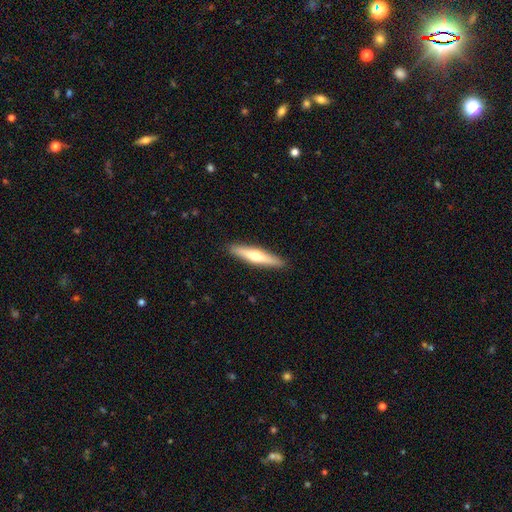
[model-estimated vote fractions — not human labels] Smooth or featured?
  - featured or disk: 50% *
  - smooth: 45%
  - star or artifact: 5%
Edge-on disk?
  - yes: 94% *
  - no: 6%
Merging?
  - none: 91% *
  - minor disturbance: 7%
  - major disturbance: 1%
  - merger: 1%